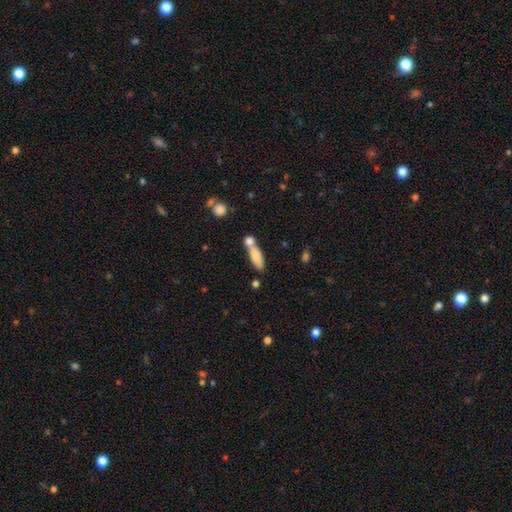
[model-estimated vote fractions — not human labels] Smooth or featured? Predicted: smooth (p=0.80). How rounded? Predicted: in between (p=0.60). Merging? Predicted: none (p=0.46).